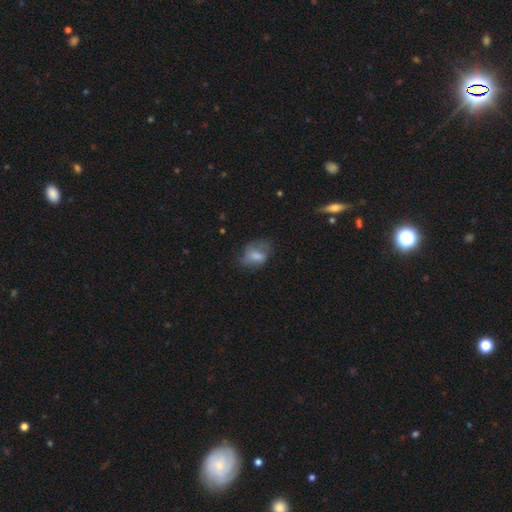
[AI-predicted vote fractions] Smooth or featured?
  - smooth: 62% *
  - featured or disk: 28%
  - star or artifact: 10%
How rounded?
  - in between: 77% *
  - round: 21%
  - cigar-shaped: 2%
Merging?
  - none: 43% *
  - minor disturbance: 31%
  - major disturbance: 24%
  - merger: 2%